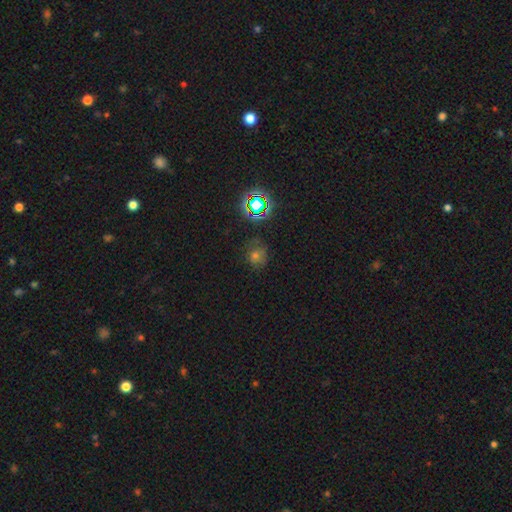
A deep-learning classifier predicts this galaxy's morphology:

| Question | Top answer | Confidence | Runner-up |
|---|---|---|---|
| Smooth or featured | smooth | 48% | star or artifact (39%) |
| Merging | none | 76% | minor disturbance (15%) |